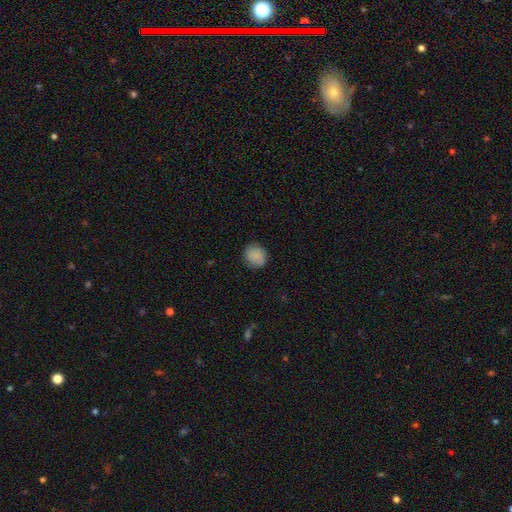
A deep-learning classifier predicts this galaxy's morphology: Smooth or featured? Predicted: smooth (p=0.87). How rounded? Predicted: round (p=0.76). Merging? Predicted: none (p=0.86).